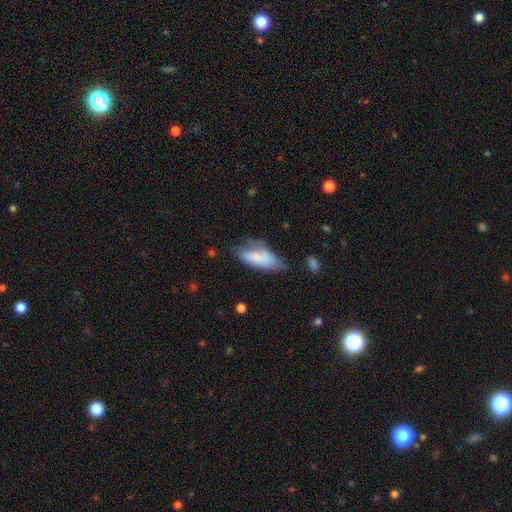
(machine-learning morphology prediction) Smooth or featured?
  - smooth: 72% *
  - featured or disk: 22%
  - star or artifact: 7%
How rounded?
  - in between: 79% *
  - cigar-shaped: 18%
  - round: 2%
Merging?
  - none: 43% *
  - minor disturbance: 36%
  - major disturbance: 14%
  - merger: 7%